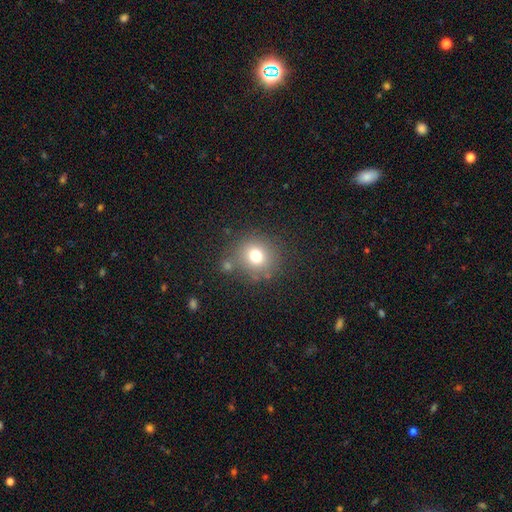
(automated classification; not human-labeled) This appears to be a smooth galaxy with no disk features (74%) that is round (85%). Merging: none (74%).